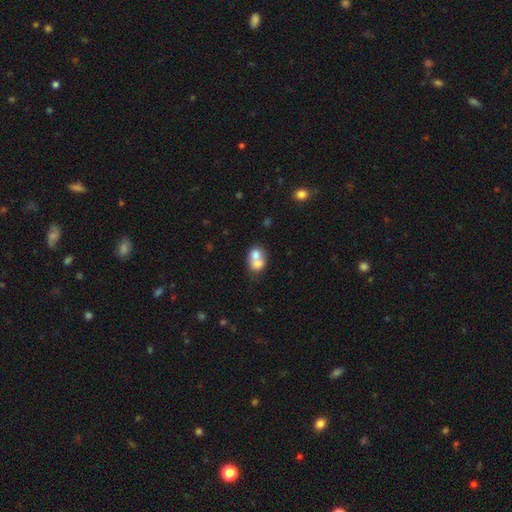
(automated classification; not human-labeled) smooth-or-featured: smooth: 69% | featured or disk: 23% | star or artifact: 9%
  how-rounded: in between: 52% | round: 47% | cigar-shaped: 1%
  merging: merger: 70% | none: 20% | minor disturbance: 6% | major disturbance: 4%